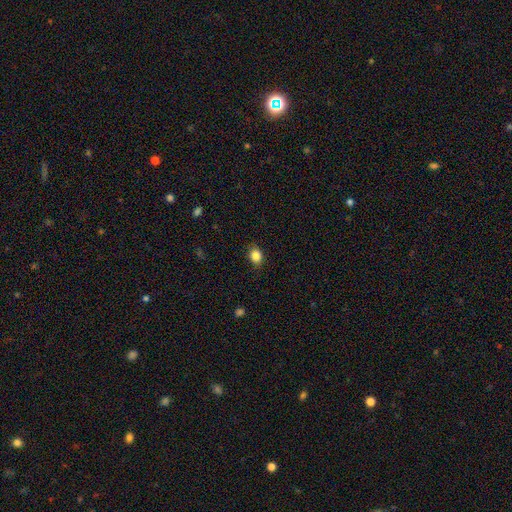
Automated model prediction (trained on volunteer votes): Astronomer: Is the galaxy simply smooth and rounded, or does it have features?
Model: smooth — 85%.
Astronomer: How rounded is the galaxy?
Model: in between — 55% (runner-up: round, 44%).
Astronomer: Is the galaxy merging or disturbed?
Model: none — 84%.